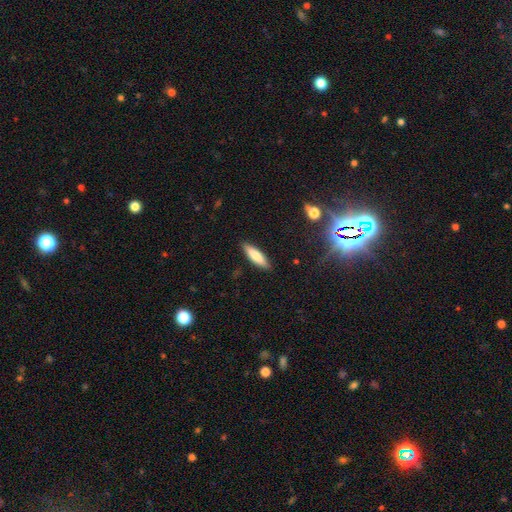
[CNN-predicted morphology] Overall: smooth (75%). How rounded: cigar-shaped (66%; in between 32%). Merging: none (89%).